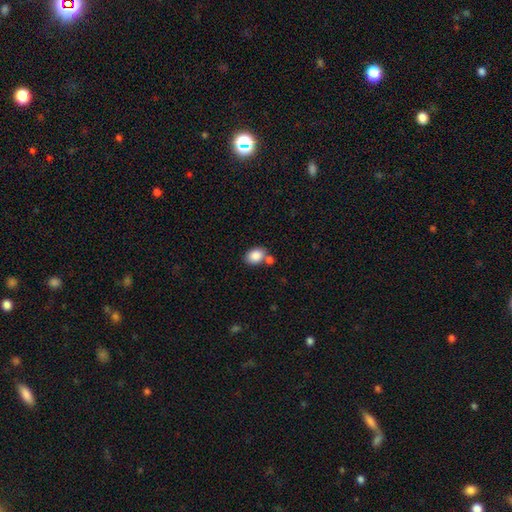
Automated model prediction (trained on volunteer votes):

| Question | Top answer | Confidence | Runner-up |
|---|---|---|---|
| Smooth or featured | smooth | 87% | star or artifact (8%) |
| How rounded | in between | 75% | round (24%) |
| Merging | none | 63% | merger (22%) |